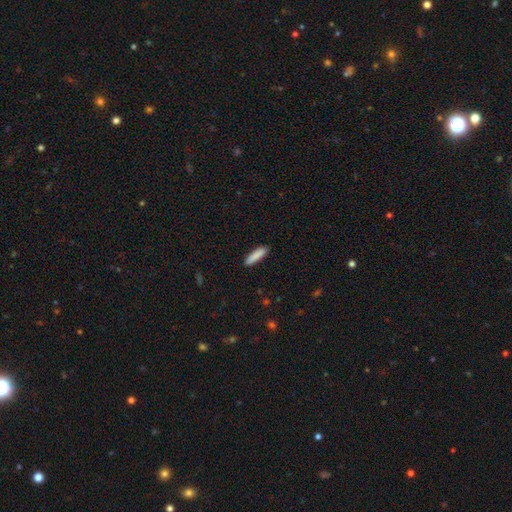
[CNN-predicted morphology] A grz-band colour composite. It shows a smooth galaxy with no disk features (88%) that is cigar-shaped (73%). Merging: none (88%).